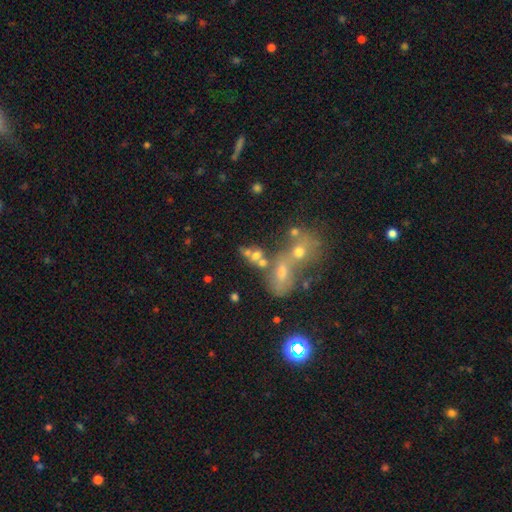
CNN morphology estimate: This is possibly a smooth galaxy (57%). How rounded: possibly in between (58%). Merging: possibly merger (55%).